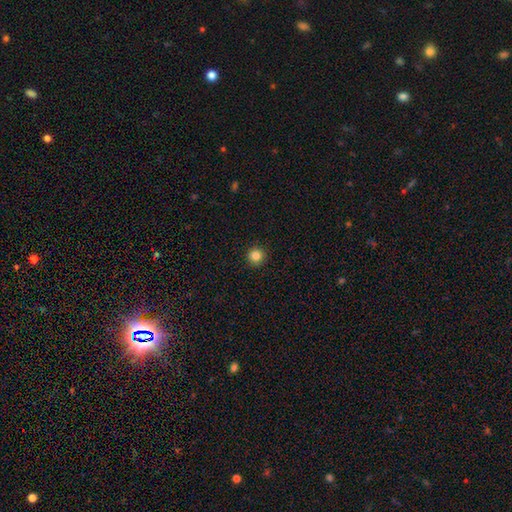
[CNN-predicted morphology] A smooth galaxy with no disk features (84%) that is round (96%). Merging: none (93%).